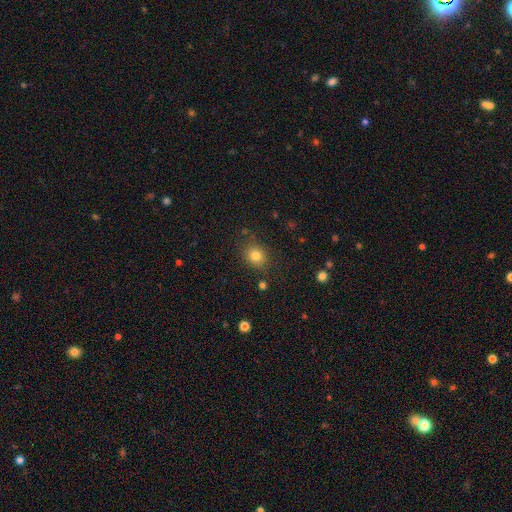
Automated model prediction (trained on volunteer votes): Overall: smooth (80%). How rounded: round (74%). Merging: none (83%).